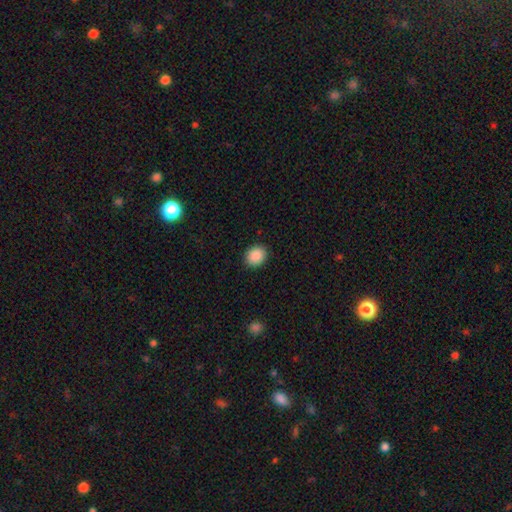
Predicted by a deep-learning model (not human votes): This is clearly a smooth galaxy (89%). How rounded: likely round (64%). Merging: clearly none (90%).